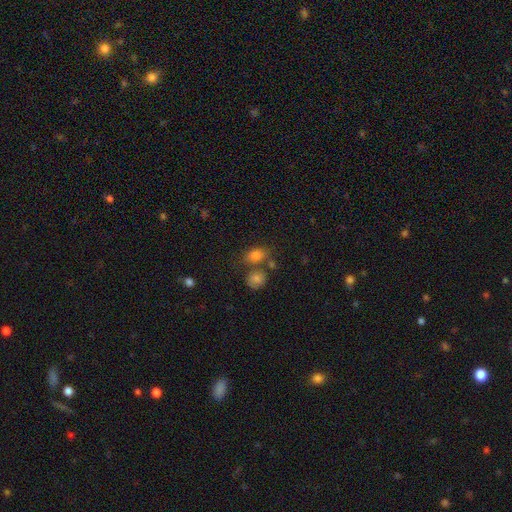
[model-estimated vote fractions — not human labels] Q: Smooth or featured?
A: smooth (81%); runner-up: star or artifact (11%)
Q: How rounded?
A: in between (70%); runner-up: round (28%)
Q: Merging?
A: none (55%); runner-up: merger (25%)